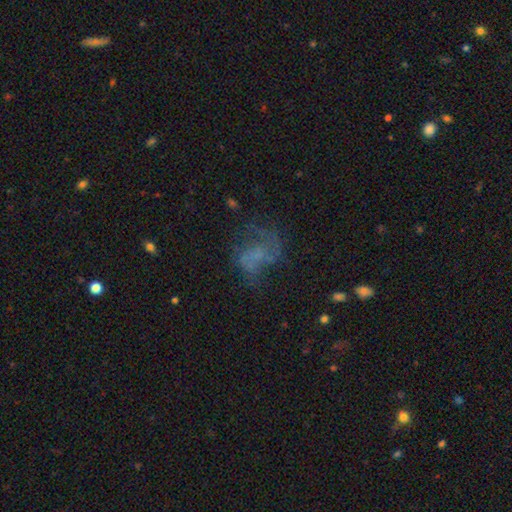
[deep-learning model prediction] Smooth or featured: featured or disk — 52% (smooth — 27%)
Edge-on disk: no — 98% (yes — 2%)
Bar: no — 76% (weak — 19%)
Spiral arms: yes — 53% (no — 47%)
Bulge size: none — 67% (small — 20%)
Merging: none — 39% (major disturbance — 38%)